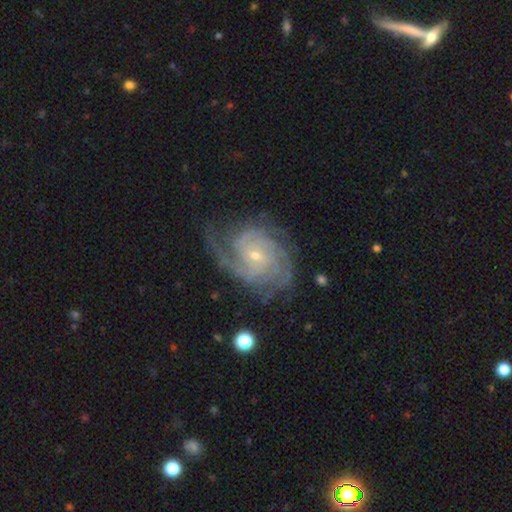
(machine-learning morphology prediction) Smooth or featured? featured or disk (90%)
Edge-on disk? no (98%)
Bar? no (65%)
Spiral arms? yes (98%)
Spiral winding? tight (67%)
Spiral arm count? can't tell (23%, tied with 4)
Bulge size? small (75%)
Merging? none (70%)